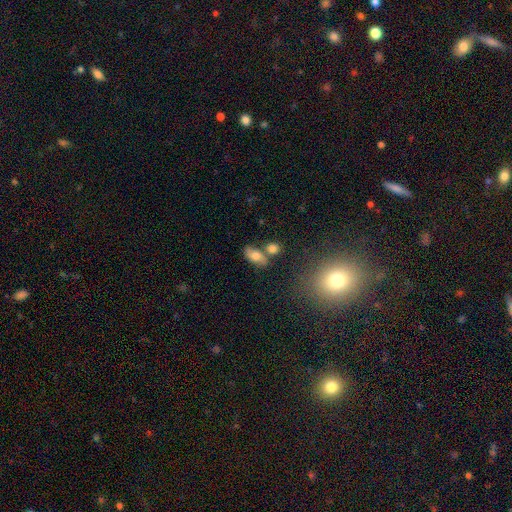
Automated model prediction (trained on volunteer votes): smooth 61%, featured or disk 28%, star or artifact 11%. Down the decision tree: how rounded — in between (84%); merging — none (51%).